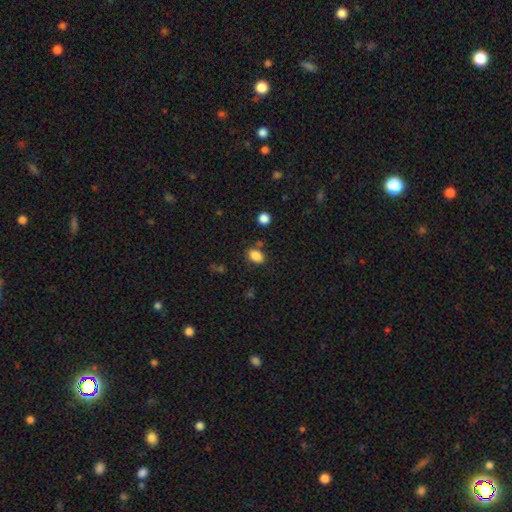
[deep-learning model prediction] A smooth galaxy with no disk features (86%) that is in between round and cigar-shaped (76%).

Vote fractions:
- Smooth or featured? smooth: 86% / star or artifact: 10% / featured or disk: 4%
- How rounded? in between: 76% / round: 22% / cigar-shaped: 1%
- Merging? none: 78% / minor disturbance: 12% / merger: 6% / major disturbance: 4%